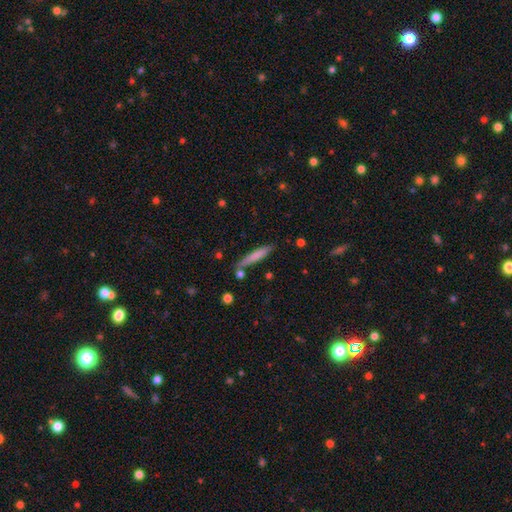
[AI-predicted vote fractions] smooth 72%, featured or disk 22%, star or artifact 6%. Down the decision tree: how rounded — cigar-shaped (93%); merging — none (78%).